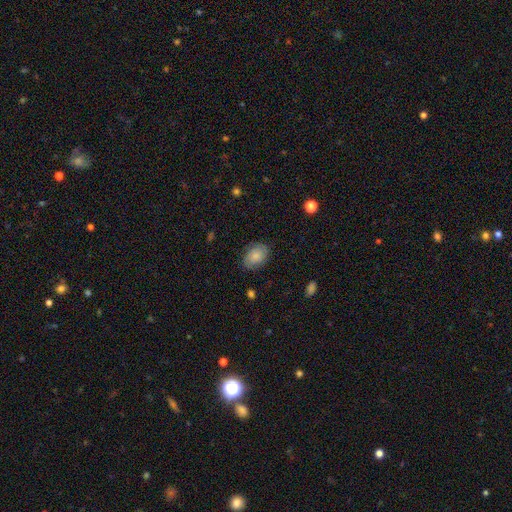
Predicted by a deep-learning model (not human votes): smooth 63%, featured or disk 29%, star or artifact 8%. Down the decision tree: how rounded — in between (78%); merging — none (81%).